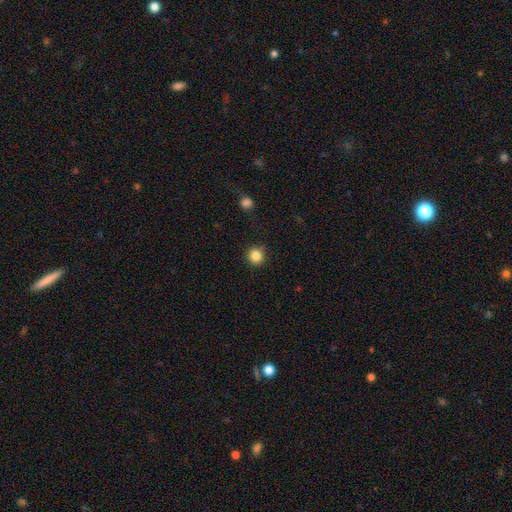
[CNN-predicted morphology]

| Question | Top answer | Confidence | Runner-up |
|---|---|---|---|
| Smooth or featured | smooth | 85% | star or artifact (11%) |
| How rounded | round | 92% | in between (7%) |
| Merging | none | 87% | minor disturbance (9%) |